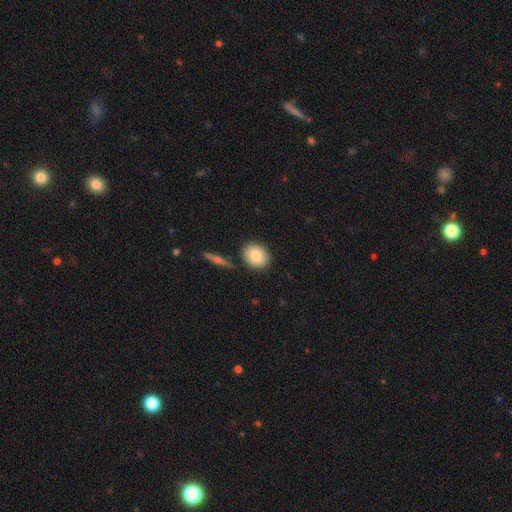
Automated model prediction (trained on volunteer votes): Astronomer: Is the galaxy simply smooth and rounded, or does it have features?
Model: smooth — 82%.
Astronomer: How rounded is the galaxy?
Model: round — 62%.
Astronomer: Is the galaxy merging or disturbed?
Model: none — 85%.